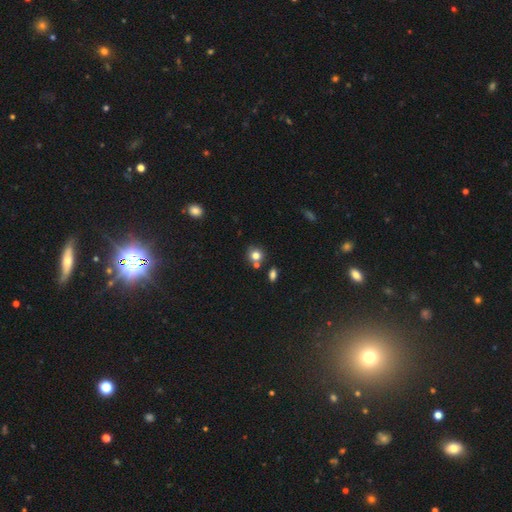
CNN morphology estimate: smooth 78%, star or artifact 13%, featured or disk 9%. Down the decision tree: how rounded — round (83%); merging — none (68%).